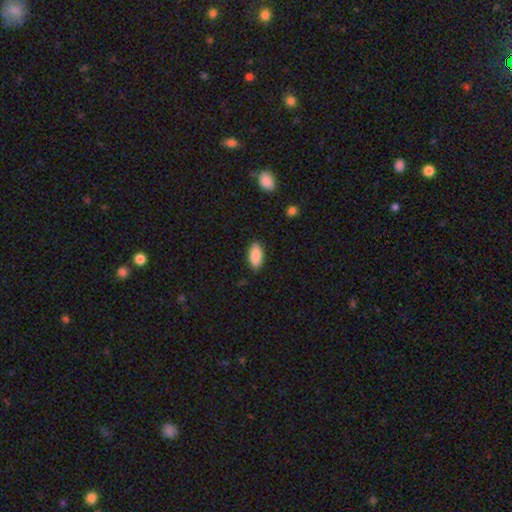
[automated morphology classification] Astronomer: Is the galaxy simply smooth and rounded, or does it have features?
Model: smooth — 89%.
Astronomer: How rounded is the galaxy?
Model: in between — 90%.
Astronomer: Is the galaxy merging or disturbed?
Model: none — 88%.